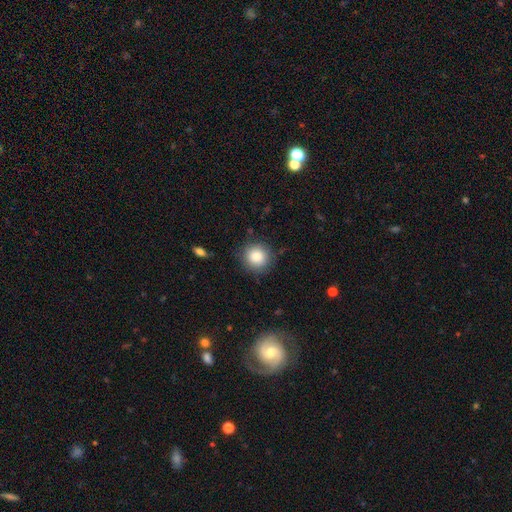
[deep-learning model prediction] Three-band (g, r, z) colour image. It shows a smooth galaxy with no disk features (84%) that is round (93%). Merging: none (86%).